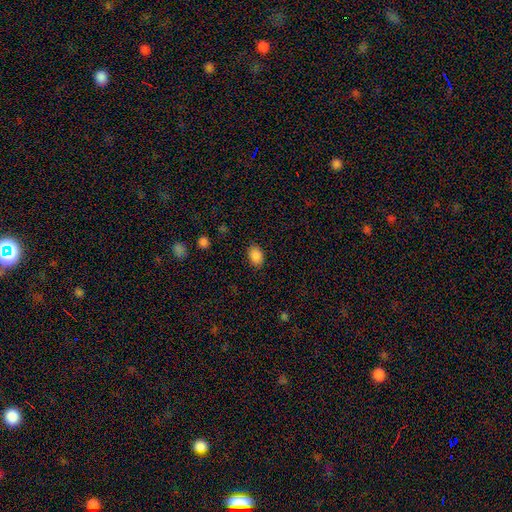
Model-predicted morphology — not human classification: Q: Smooth or featured?
A: smooth (87%); runner-up: star or artifact (10%)
Q: How rounded?
A: in between (77%); runner-up: round (22%)
Q: Merging?
A: none (84%); runner-up: minor disturbance (12%)